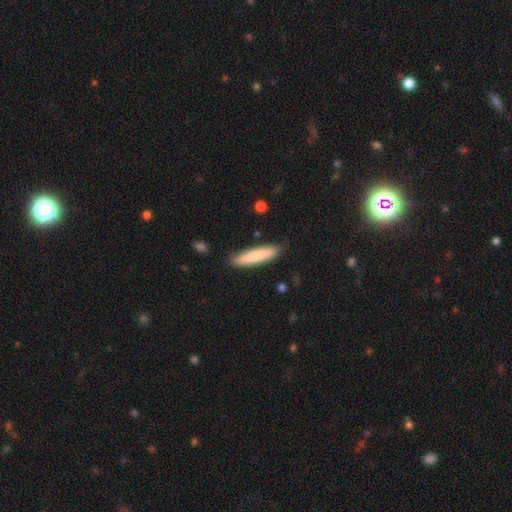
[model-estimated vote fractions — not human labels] Overall: smooth (83%). How rounded: cigar-shaped (84%). Merging: none (87%).